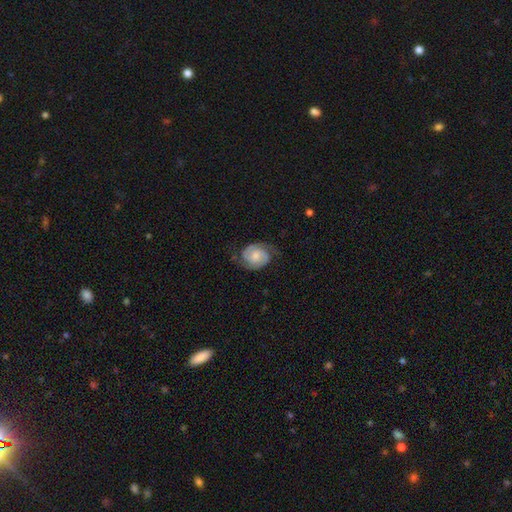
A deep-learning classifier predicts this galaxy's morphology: Smooth or featured? featured or disk (80%)
Edge-on disk? no (98%)
Bar? no (63%)
Spiral arms? yes (97%)
Spiral winding? tight (48%)
Spiral arm count? 2 (91%)
Bulge size? moderate (47%)
Merging? none (73%)